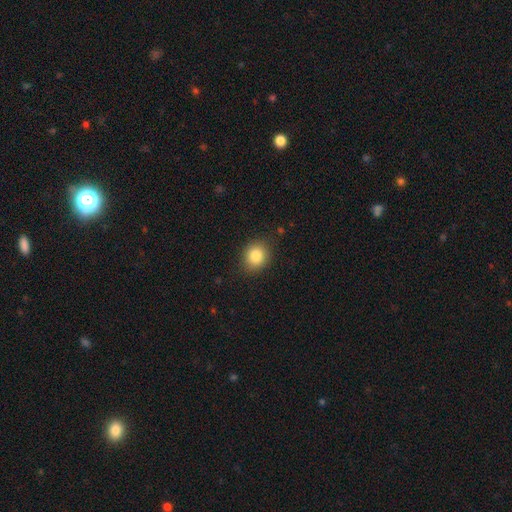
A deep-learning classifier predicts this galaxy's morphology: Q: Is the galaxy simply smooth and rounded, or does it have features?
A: smooth — 84%.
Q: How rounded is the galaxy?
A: round — 68%.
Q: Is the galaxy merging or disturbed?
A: none — 86%.